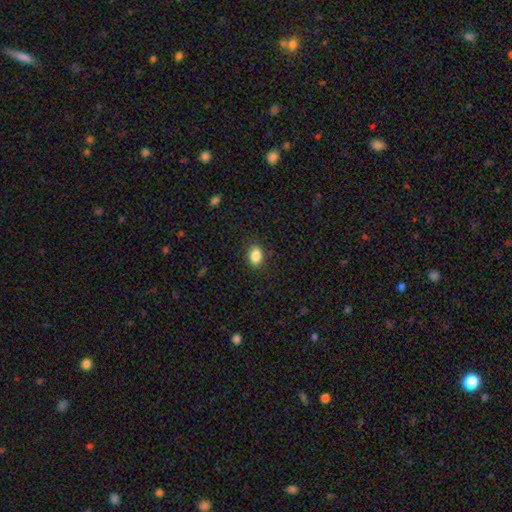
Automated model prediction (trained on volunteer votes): A smooth galaxy with no disk features (86%) that is in between round and cigar-shaped (72%).

Vote fractions:
- Smooth or featured? smooth: 86% / star or artifact: 9% / featured or disk: 5%
- How rounded? in between: 72% / round: 26% / cigar-shaped: 1%
- Merging? none: 87% / minor disturbance: 9% / major disturbance: 3% / merger: 1%